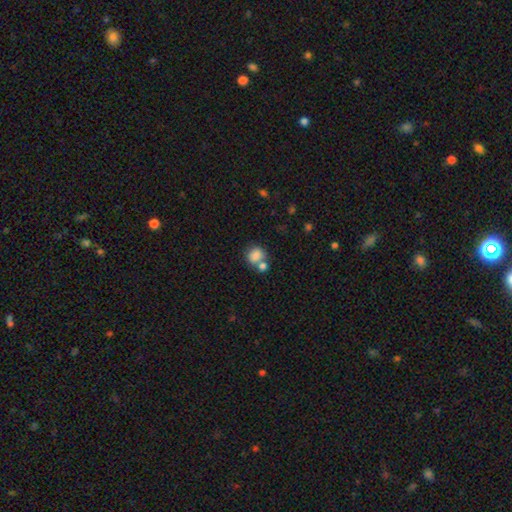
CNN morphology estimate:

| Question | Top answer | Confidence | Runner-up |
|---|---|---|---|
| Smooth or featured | smooth | 82% | star or artifact (10%) |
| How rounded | round | 63% | in between (35%) |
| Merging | none | 45% | merger (39%) |